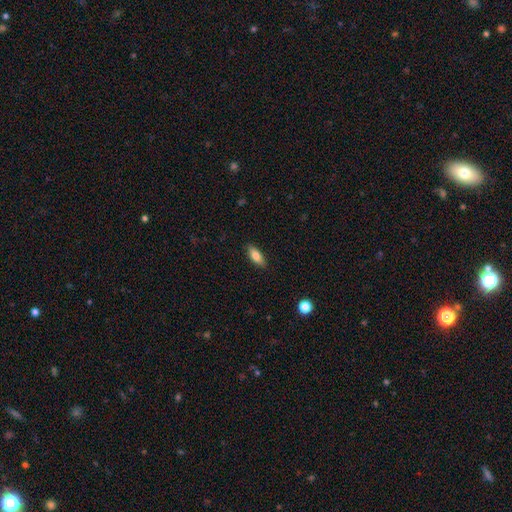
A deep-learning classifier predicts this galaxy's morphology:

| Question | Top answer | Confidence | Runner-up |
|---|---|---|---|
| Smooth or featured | smooth | 78% | featured or disk (15%) |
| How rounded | in between | 74% | cigar-shaped (24%) |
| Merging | none | 88% | minor disturbance (9%) |